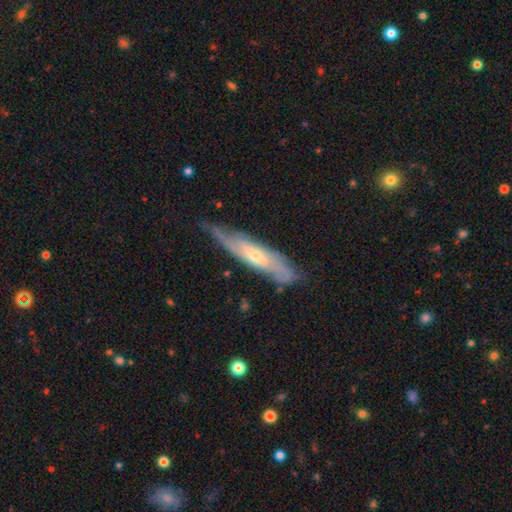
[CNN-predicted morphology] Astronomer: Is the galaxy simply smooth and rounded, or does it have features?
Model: featured or disk — 69%.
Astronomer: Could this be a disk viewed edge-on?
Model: no — 51% (runner-up: yes, 49%).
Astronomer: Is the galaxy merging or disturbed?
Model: none — 64%.